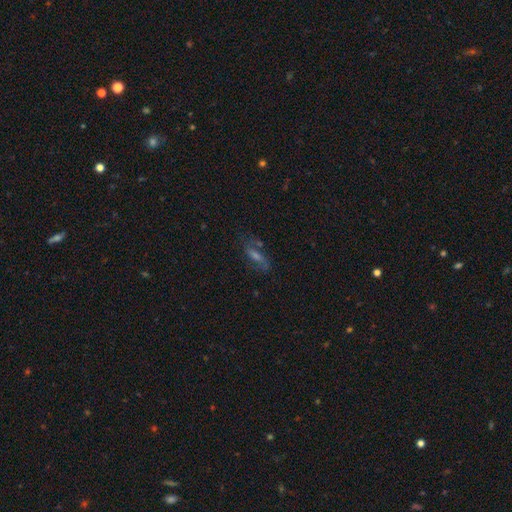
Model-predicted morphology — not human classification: This is possibly a featured or disk galaxy (51%). It is likely not viewed edge-on (75%). Merging: likely none (68%).